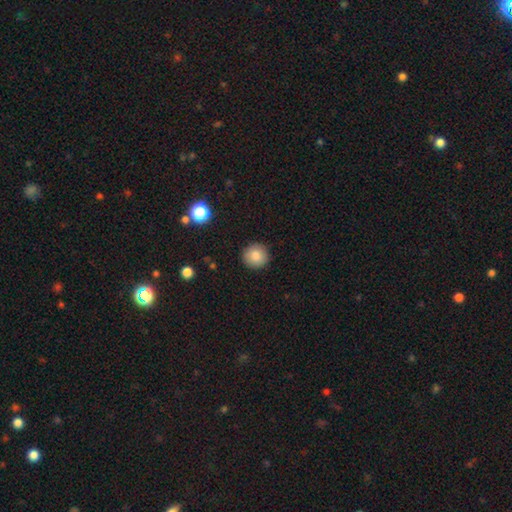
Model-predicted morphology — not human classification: Overall: smooth (85%). How rounded: round (94%). Merging: none (91%).